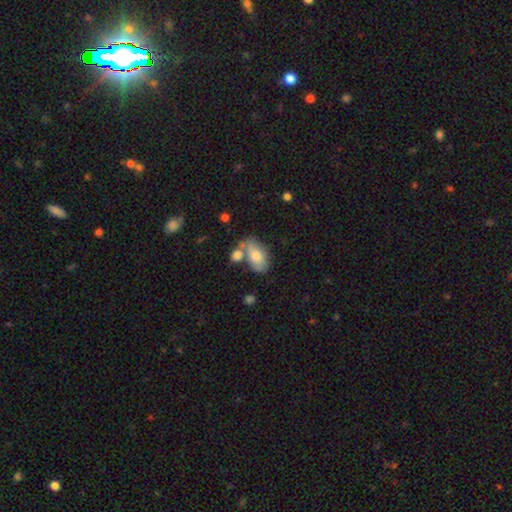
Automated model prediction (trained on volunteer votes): smooth-or-featured: smooth: 72% | featured or disk: 21% | star or artifact: 7%
  how-rounded: in between: 91% | round: 6% | cigar-shaped: 2%
  merging: none: 48% | merger: 27% | minor disturbance: 19% | major disturbance: 7%